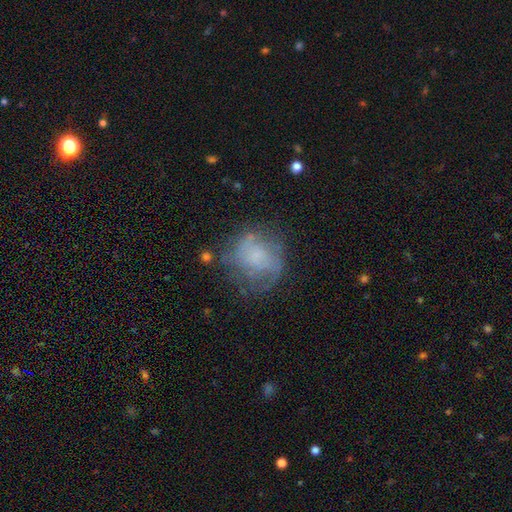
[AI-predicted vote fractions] Smooth or featured? featured or disk (49%)
Merging? none (54%)